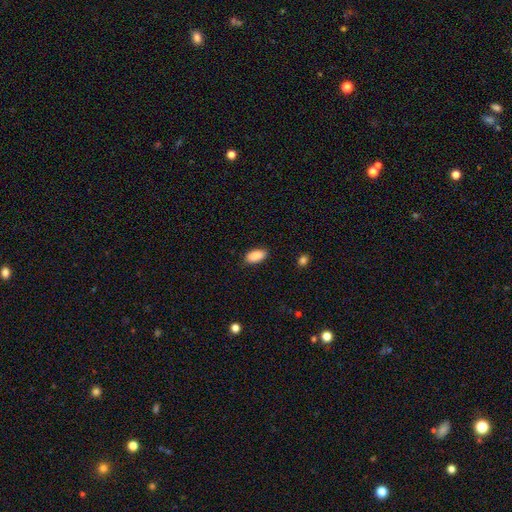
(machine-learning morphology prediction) Q: Smooth or featured?
A: smooth (90%); runner-up: star or artifact (7%)
Q: How rounded?
A: in between (92%); runner-up: cigar-shaped (4%)
Q: Merging?
A: none (86%); runner-up: minor disturbance (10%)